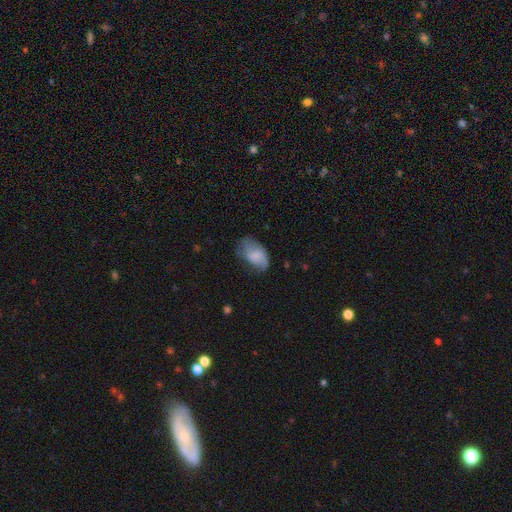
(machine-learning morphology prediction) Smooth or featured? smooth (70%)
How rounded? in between (90%)
Merging? none (41%)